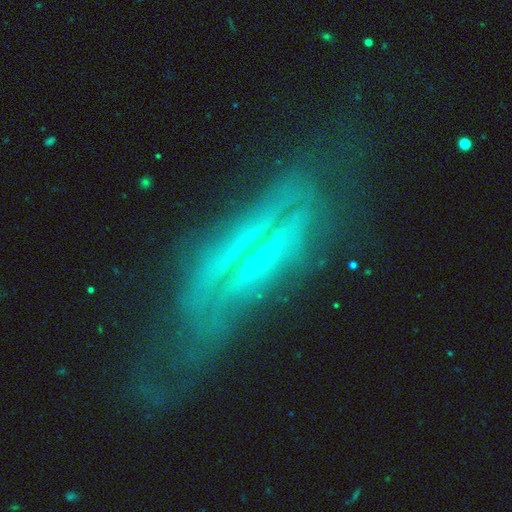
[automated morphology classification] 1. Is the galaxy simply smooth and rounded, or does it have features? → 72% featured or disk, 17% smooth, 11% star or artifact.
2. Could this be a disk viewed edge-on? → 72% yes, 28% no.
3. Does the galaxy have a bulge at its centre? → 44% none, 37% rounded, 19% boxy.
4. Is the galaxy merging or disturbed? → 53% none, 24% minor disturbance, 21% major disturbance, 3% merger.